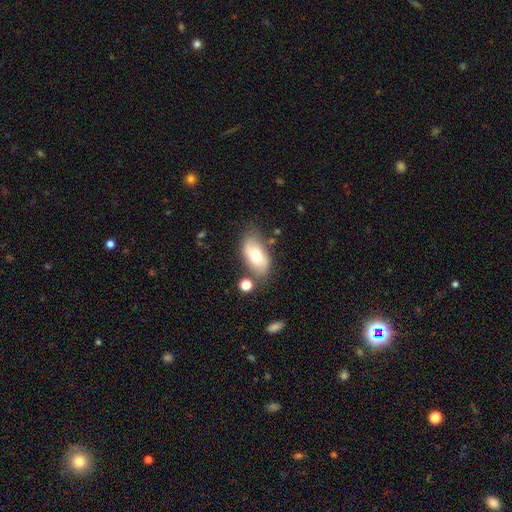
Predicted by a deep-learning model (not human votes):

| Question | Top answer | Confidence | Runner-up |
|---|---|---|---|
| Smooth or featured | smooth | 68% | featured or disk (25%) |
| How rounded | in between | 92% | round (5%) |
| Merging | none | 67% | minor disturbance (19%) |